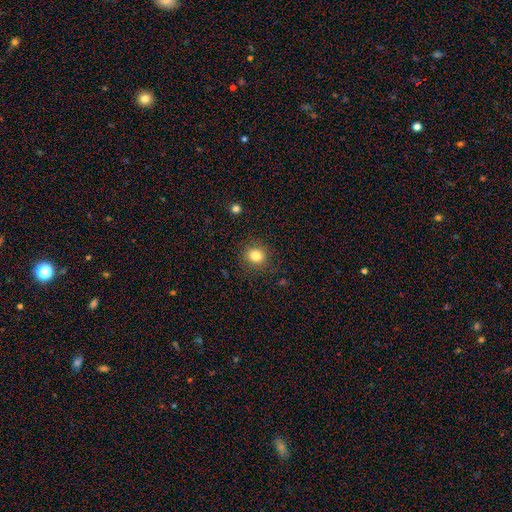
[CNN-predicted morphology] Smooth or featured? Predicted: smooth (p=0.82). How rounded? Predicted: round (p=0.83). Merging? Predicted: none (p=0.88).